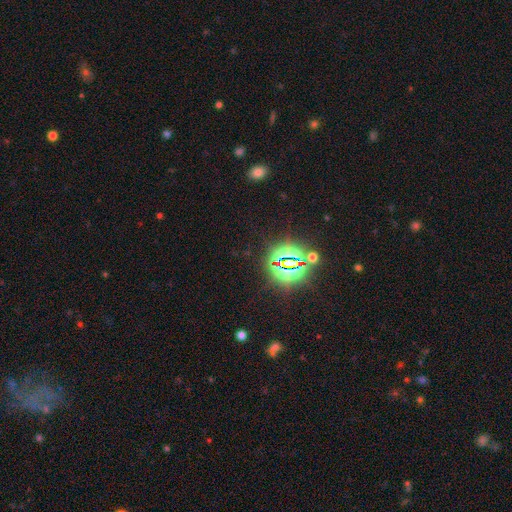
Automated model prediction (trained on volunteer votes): Smooth or featured?
  - star or artifact: 83% *
  - smooth: 11%
  - featured or disk: 6%